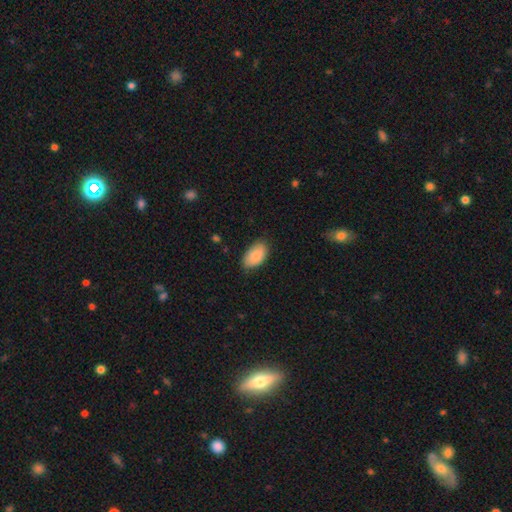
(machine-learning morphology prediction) A smooth galaxy with no disk features (87%) that is in between round and cigar-shaped (95%). Merging: none (79%).